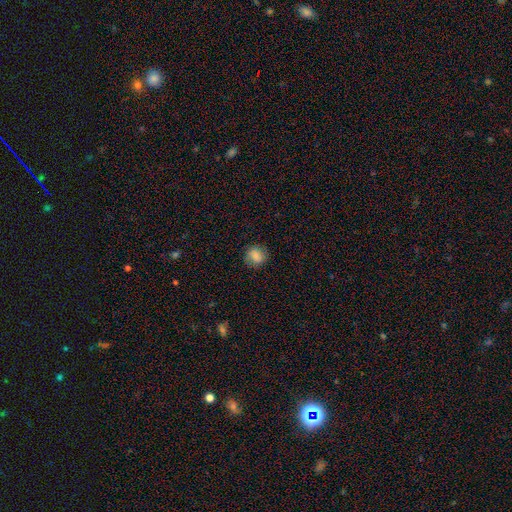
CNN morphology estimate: smooth-or-featured: smooth: 82% | featured or disk: 9% | star or artifact: 9%
  how-rounded: round: 81% | in between: 18% | cigar-shaped: 1%
  merging: none: 83% | minor disturbance: 12% | major disturbance: 3% | merger: 1%